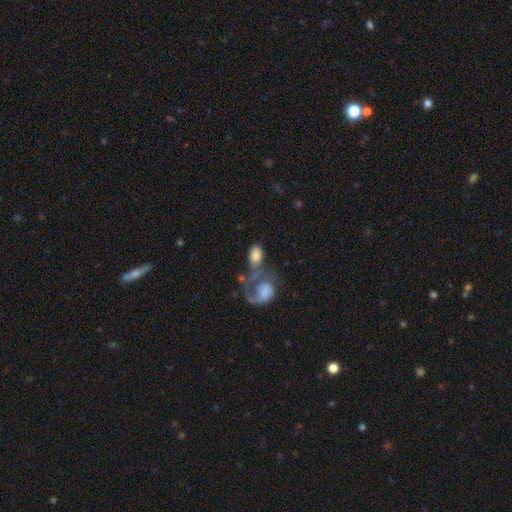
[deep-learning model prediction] Smooth or featured?
  - smooth: 66% *
  - featured or disk: 25%
  - star or artifact: 8%
How rounded?
  - in between: 81% *
  - round: 17%
  - cigar-shaped: 2%
Merging?
  - merger: 50% *
  - none: 21%
  - major disturbance: 19%
  - minor disturbance: 10%